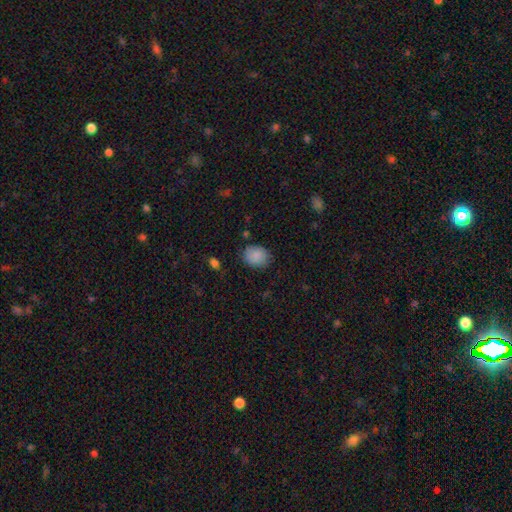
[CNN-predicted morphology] A smooth galaxy with no disk features (86%) that is round (53%). Merging: none (79%).